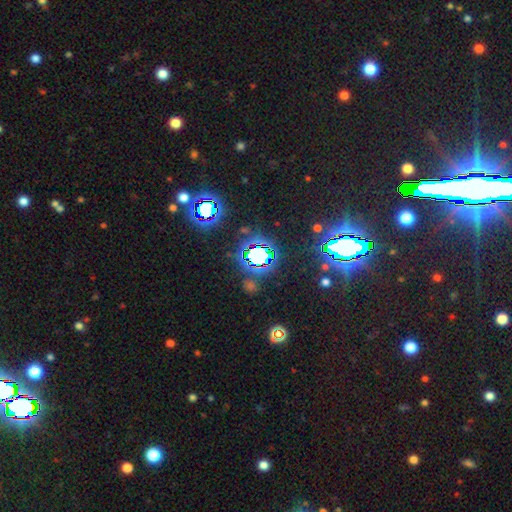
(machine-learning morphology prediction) This appears to be a star or artifact, not a galaxy (71%).